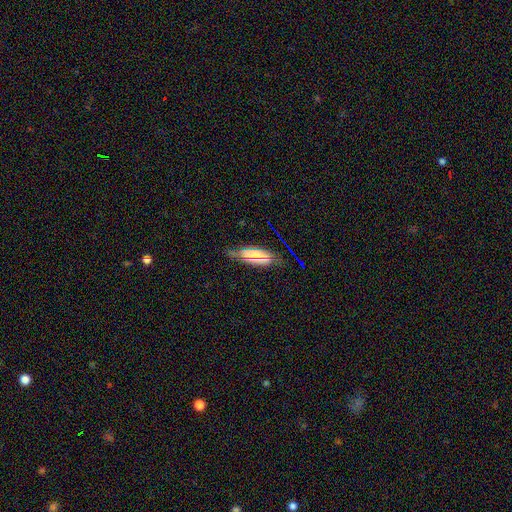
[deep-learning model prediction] A featured or disk galaxy (46%). Merging: none (60%).